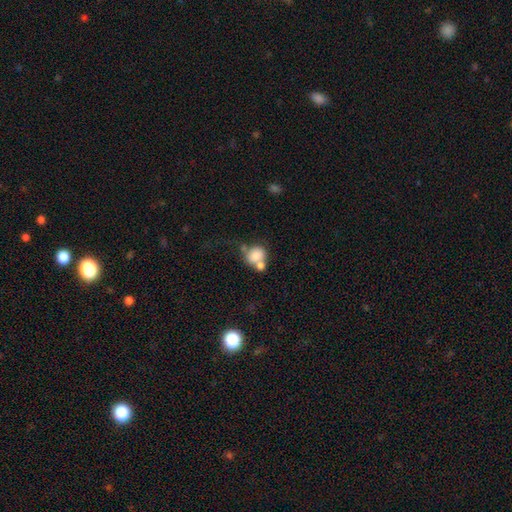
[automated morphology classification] The model was most divided on "merging": merger: 52%, none: 28%, minor disturbance: 12%, major disturbance: 8%. More confident: smooth or featured — smooth (74%); how rounded — round (65%).